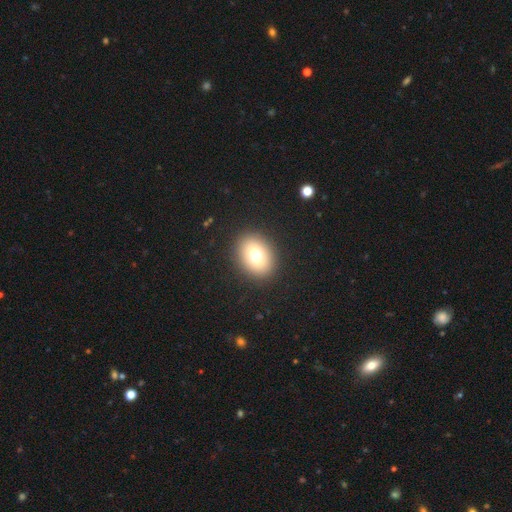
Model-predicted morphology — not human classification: Smooth or featured? smooth (75%)
How rounded? in between (58%)
Merging? none (90%)